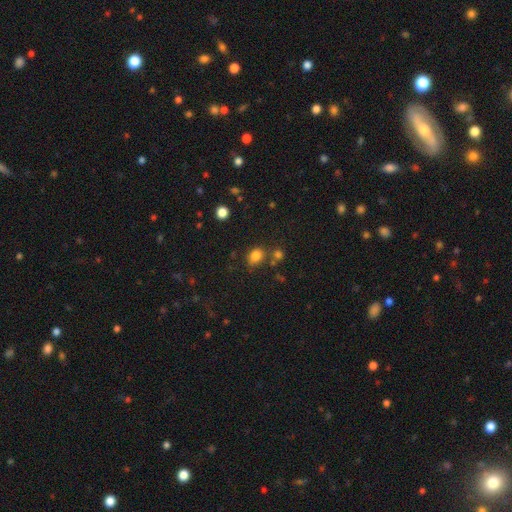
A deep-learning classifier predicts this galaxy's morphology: smooth-or-featured: smooth: 82% | star or artifact: 13% | featured or disk: 6%
  how-rounded: in between: 61% | round: 38% | cigar-shaped: 1%
  merging: none: 68% | minor disturbance: 14% | merger: 12% | major disturbance: 5%